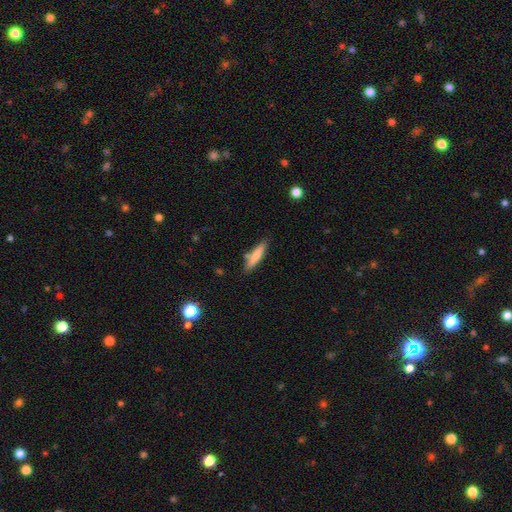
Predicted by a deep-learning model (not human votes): This is likely a smooth galaxy (76%). How rounded: clearly cigar-shaped (81%). Merging: likely none (76%).